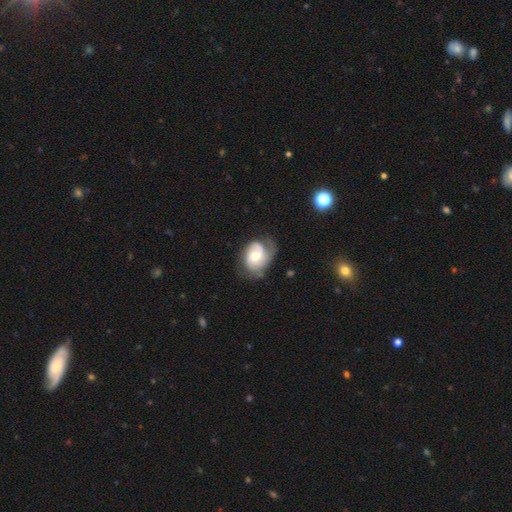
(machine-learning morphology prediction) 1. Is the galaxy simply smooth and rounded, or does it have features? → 67% featured or disk, 26% smooth, 6% star or artifact.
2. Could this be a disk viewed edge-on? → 97% no, 3% yes.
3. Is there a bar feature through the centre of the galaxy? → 62% no, 31% weak, 6% strong.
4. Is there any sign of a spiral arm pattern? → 89% yes, 11% no.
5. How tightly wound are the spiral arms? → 40% tight, 39% medium, 22% loose.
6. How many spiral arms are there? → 44% 2, 28% 1, 17% can't tell, 7% 3, 2% 4, 2% more than 4.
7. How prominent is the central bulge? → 61% moderate, 24% small, 12% large, 2% none, 2% dominant.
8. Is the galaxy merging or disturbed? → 48% none, 30% minor disturbance, 20% major disturbance, 2% merger.